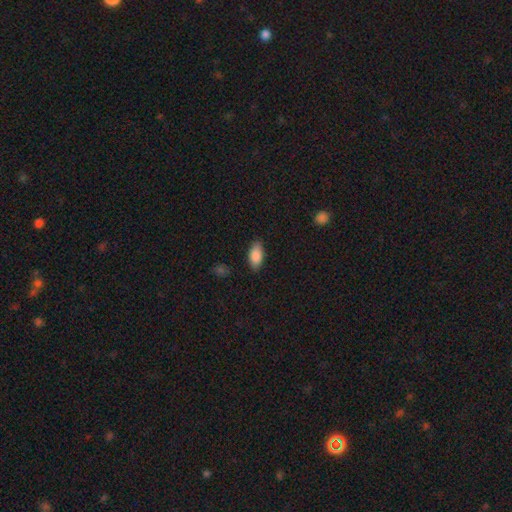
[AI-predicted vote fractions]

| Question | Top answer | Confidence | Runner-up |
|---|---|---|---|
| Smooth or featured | smooth | 87% | star or artifact (7%) |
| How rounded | in between | 90% | cigar-shaped (7%) |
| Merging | none | 84% | minor disturbance (12%) |